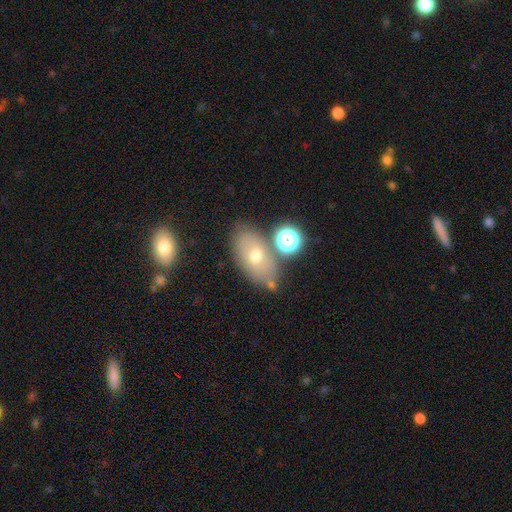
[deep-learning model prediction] Smooth or featured?
  - smooth: 59% *
  - featured or disk: 29%
  - star or artifact: 12%
How rounded?
  - in between: 88% *
  - round: 9%
  - cigar-shaped: 3%
Merging?
  - none: 65% *
  - minor disturbance: 17%
  - merger: 12%
  - major disturbance: 5%